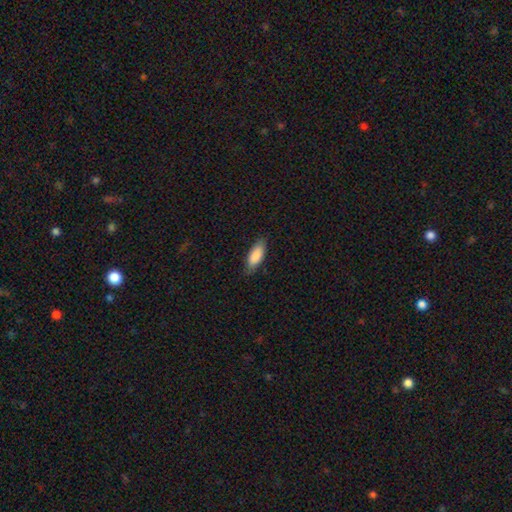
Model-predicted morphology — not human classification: A smooth galaxy with no disk features (87%) that is in between round and cigar-shaped (78%). Merging: none (81%).